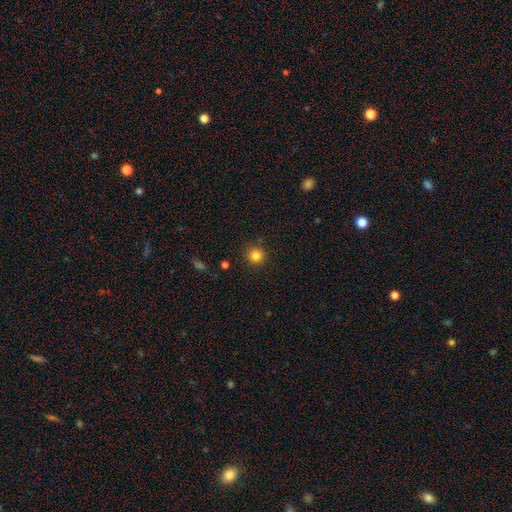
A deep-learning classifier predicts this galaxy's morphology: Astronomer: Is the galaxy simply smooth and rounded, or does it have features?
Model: smooth — 83%.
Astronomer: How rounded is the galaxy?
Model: round — 95%.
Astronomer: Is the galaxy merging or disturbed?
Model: none — 89%.